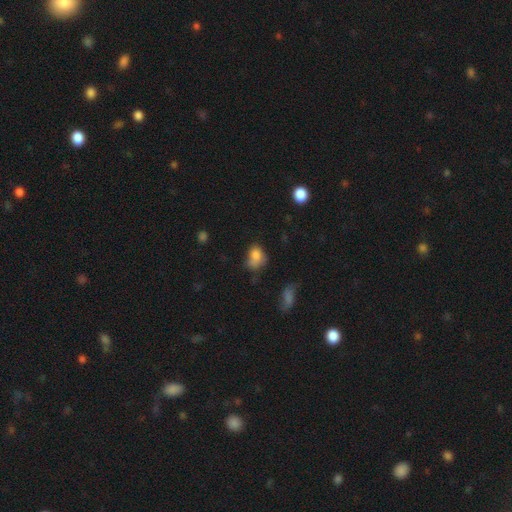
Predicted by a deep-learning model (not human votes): The model was most divided on "merging": none: 40%, minor disturbance: 35%, major disturbance: 18%, merger: 6%. More confident: smooth or featured — smooth (78%); how rounded — in between (69%).